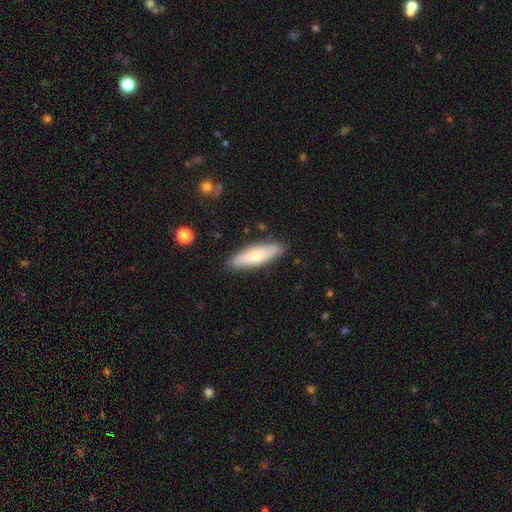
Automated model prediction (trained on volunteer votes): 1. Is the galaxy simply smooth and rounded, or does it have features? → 68% smooth, 26% featured or disk, 6% star or artifact.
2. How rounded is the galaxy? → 50% in between, 48% cigar-shaped, 2% round.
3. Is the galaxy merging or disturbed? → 85% none, 12% minor disturbance, 2% major disturbance, 1% merger.